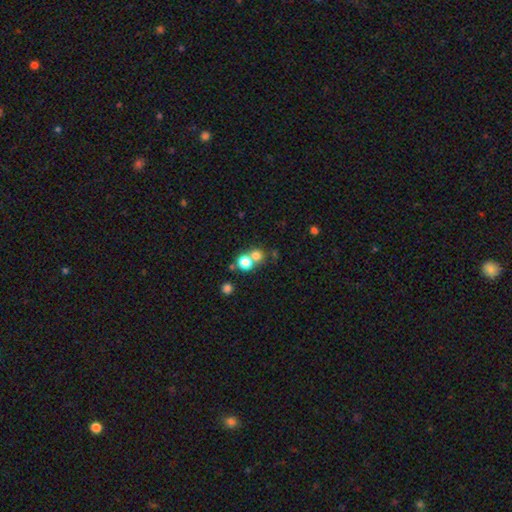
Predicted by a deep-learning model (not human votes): A smooth galaxy with no disk features (73%) that is round (84%).

Vote fractions:
- Smooth or featured? smooth: 73% / star or artifact: 17% / featured or disk: 10%
- How rounded? round: 84% / in between: 15% / cigar-shaped: 1%
- Merging? none: 50% / merger: 41% / minor disturbance: 6% / major disturbance: 4%